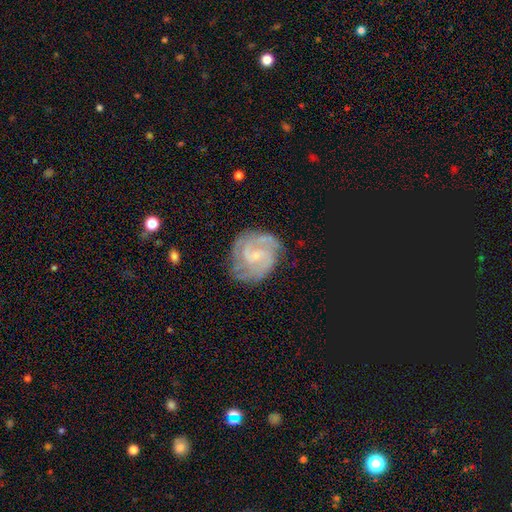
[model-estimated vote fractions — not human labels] smooth-or-featured: featured or disk: 85% | smooth: 10% | star or artifact: 6%
  disk-edge-on: no: 98% | yes: 2%
    bar: weak: 53% | no: 37% | strong: 10%
    has-spiral-arms: yes: 96% | no: 4%
      spiral-winding: tight: 48% | medium: 42% | loose: 10%
      spiral-arm-count: 2: 49% | 3: 20% | can't tell: 18% | 4: 5% | 1: 4% | more than 4: 4%
    bulge-size: small: 67% | moderate: 19% | none: 12% | large: 1% | dominant: 1%
  merging: none: 72% | minor disturbance: 19% | major disturbance: 8% | merger: 2%